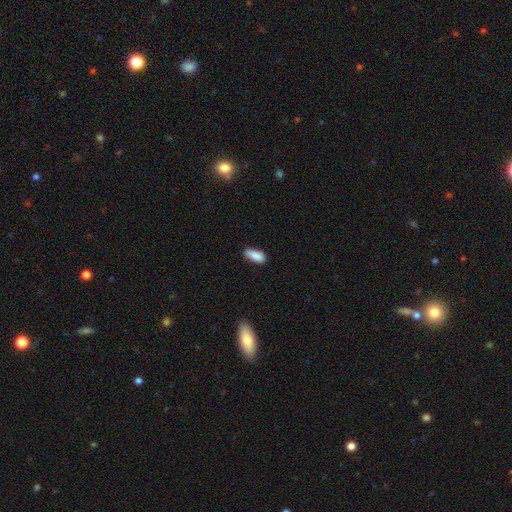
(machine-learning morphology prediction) smooth_or_featured: smooth (p=0.87) [alt: star or artifact p=0.07]
how_rounded: in between (p=0.80) [alt: cigar-shaped p=0.18]
merging: none (p=0.70) [alt: minor disturbance p=0.24]